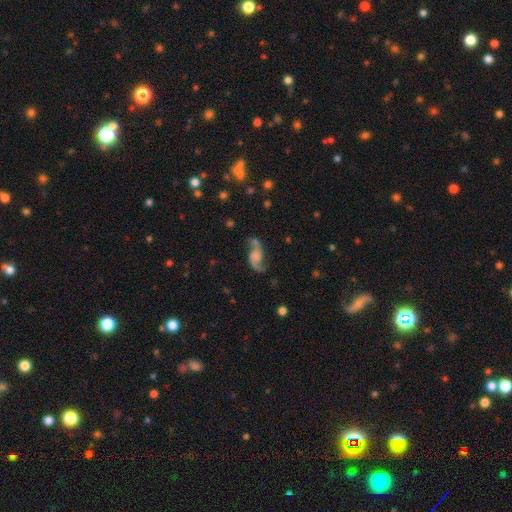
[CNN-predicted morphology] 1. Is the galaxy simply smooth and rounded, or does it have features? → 77% featured or disk, 14% smooth, 8% star or artifact.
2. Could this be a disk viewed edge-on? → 95% no, 5% yes.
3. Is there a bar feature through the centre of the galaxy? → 62% no, 30% weak, 8% strong.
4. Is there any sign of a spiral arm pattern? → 94% yes, 6% no.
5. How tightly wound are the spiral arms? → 80% loose, 17% medium, 4% tight.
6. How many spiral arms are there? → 91% 2, 4% 1, 2% can't tell, 1% 3, 1% 4, 1% more than 4.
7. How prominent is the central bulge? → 38% none, 21% small, 20% moderate, 17% large, 4% dominant.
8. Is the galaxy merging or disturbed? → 61% none, 18% minor disturbance, 13% major disturbance, 8% merger.